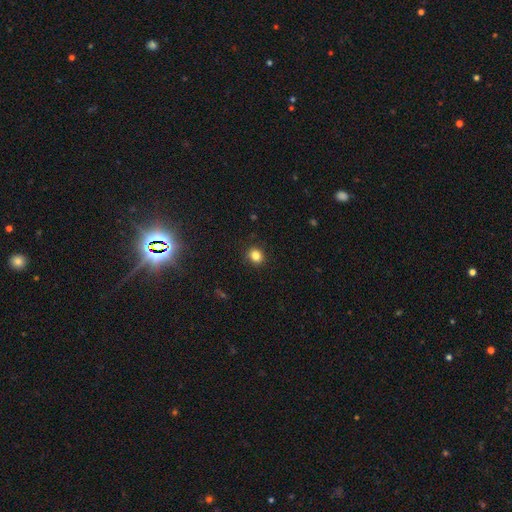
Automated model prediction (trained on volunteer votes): Overall: smooth (83%). How rounded: round (74%). Merging: none (87%).